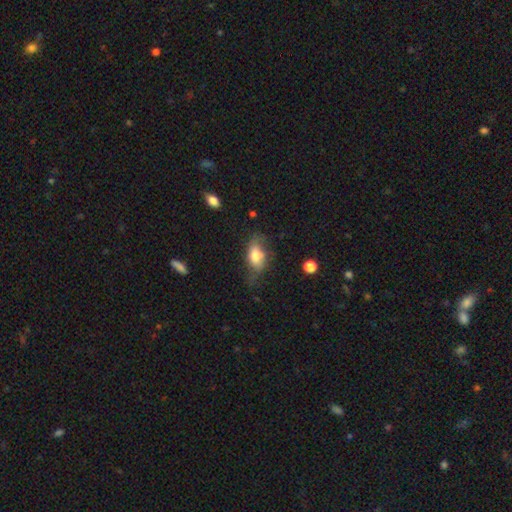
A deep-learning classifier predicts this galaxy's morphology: Q: Smooth or featured?
A: smooth (67%); runner-up: featured or disk (24%)
Q: How rounded?
A: in between (86%); runner-up: round (8%)
Q: Merging?
A: none (46%); runner-up: minor disturbance (32%)